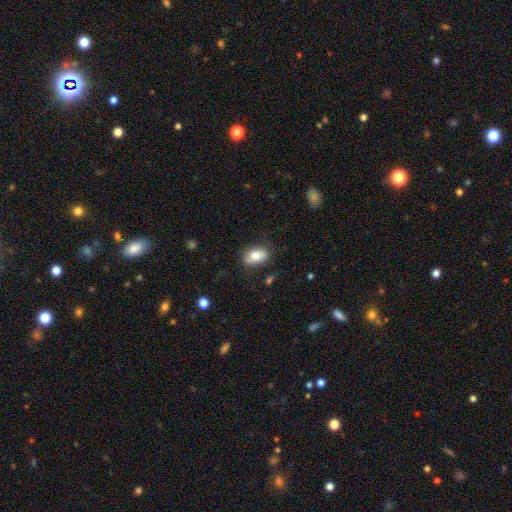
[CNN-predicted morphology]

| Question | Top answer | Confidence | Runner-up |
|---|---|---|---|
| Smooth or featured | smooth | 77% | featured or disk (16%) |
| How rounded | in between | 86% | round (12%) |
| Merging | none | 75% | minor disturbance (18%) |